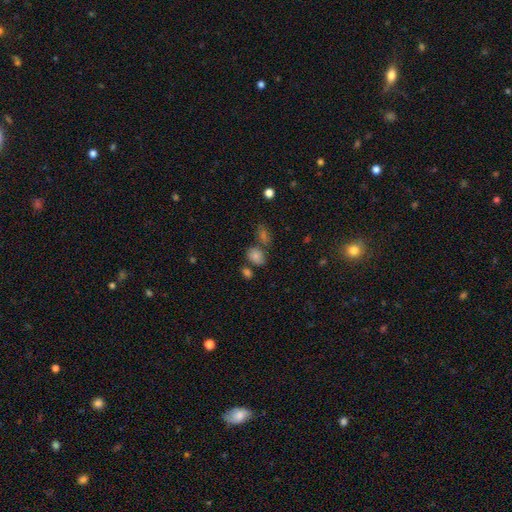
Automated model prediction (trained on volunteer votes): Smooth or featured: smooth — 70% (star or artifact — 20%)
How rounded: in between — 63% (round — 35%)
Merging: none — 61% (merger — 21%)